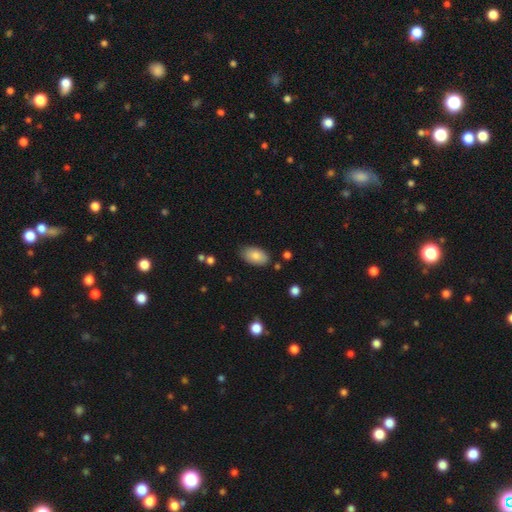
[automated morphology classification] smooth-or-featured: smooth: 84% | featured or disk: 9% | star or artifact: 7%
  how-rounded: in between: 94% | round: 4% | cigar-shaped: 2%
  merging: none: 82% | minor disturbance: 13% | major disturbance: 3% | merger: 2%